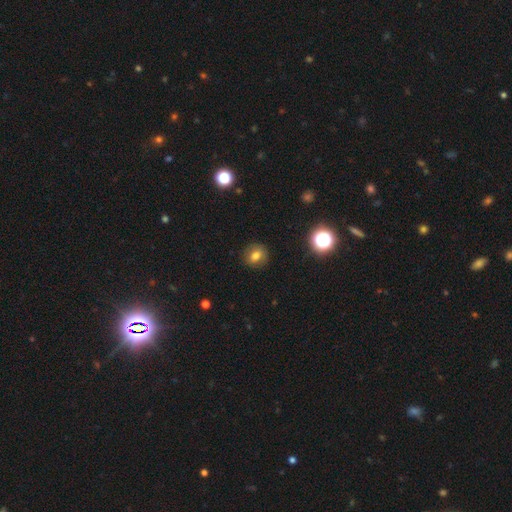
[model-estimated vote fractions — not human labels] Q: Smooth or featured?
A: smooth (73%); runner-up: star or artifact (15%)
Q: How rounded?
A: round (72%); runner-up: in between (27%)
Q: Merging?
A: none (86%); runner-up: minor disturbance (10%)